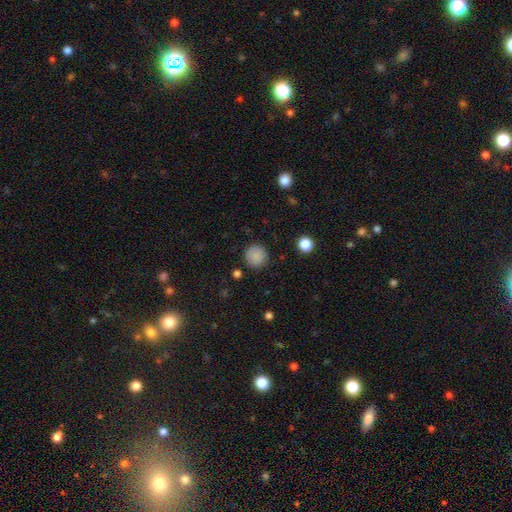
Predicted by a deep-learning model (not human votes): A smooth galaxy with no disk features (85%) that is round (95%).

Vote fractions:
- Smooth or featured? smooth: 85% / star or artifact: 10% / featured or disk: 6%
- How rounded? round: 95% / in between: 4% / cigar-shaped: 1%
- Merging? none: 88% / minor disturbance: 8% / major disturbance: 3% / merger: 2%